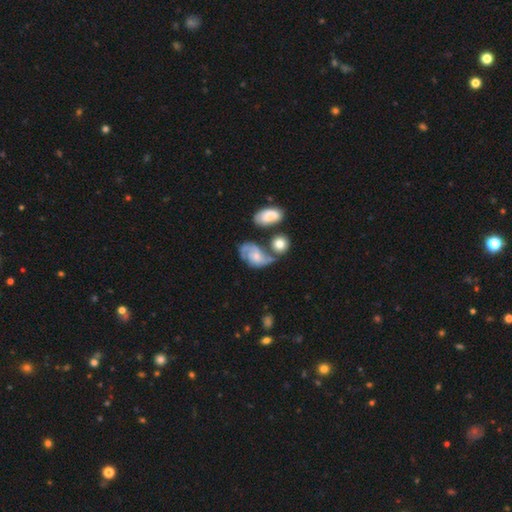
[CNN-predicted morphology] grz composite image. It shows a featured or disk galaxy (74%) with no bar (67%), 2 (55%) medium (47%) spiral arms (92%) and a small central bulge (50%). Merging: none (39%).